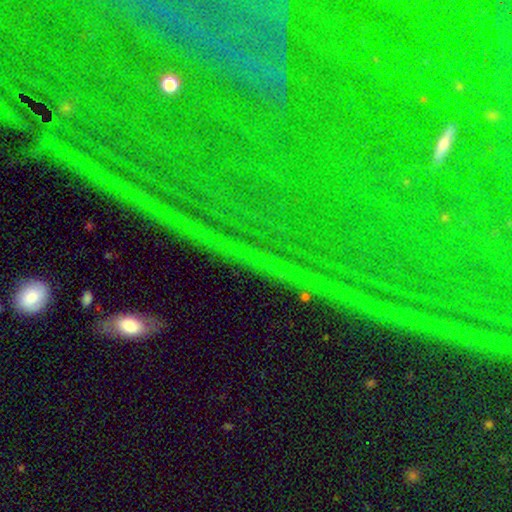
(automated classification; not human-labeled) smooth-or-featured: star or artifact: 81% | featured or disk: 11% | smooth: 8%